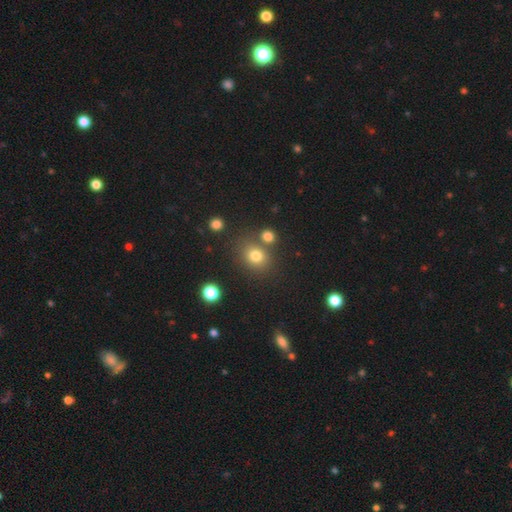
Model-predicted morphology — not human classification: Smooth or featured? smooth (77%)
How rounded? round (70%)
Merging? none (70%)